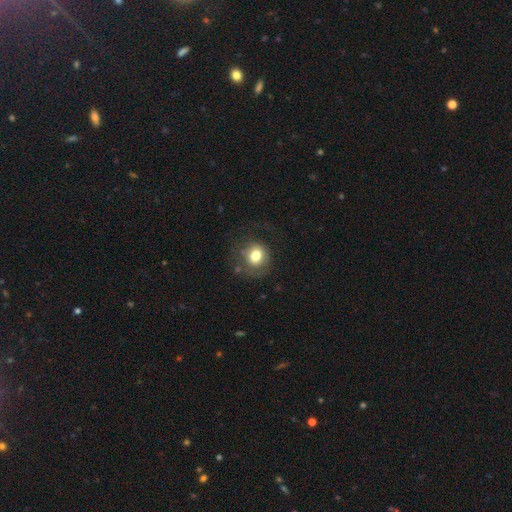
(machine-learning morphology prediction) A smooth galaxy with no disk features (74%) that is round (81%).

Vote fractions:
- Smooth or featured? smooth: 74% / featured or disk: 16% / star or artifact: 10%
- How rounded? round: 81% / in between: 18% / cigar-shaped: 1%
- Merging? none: 62% / minor disturbance: 19% / major disturbance: 16% / merger: 2%